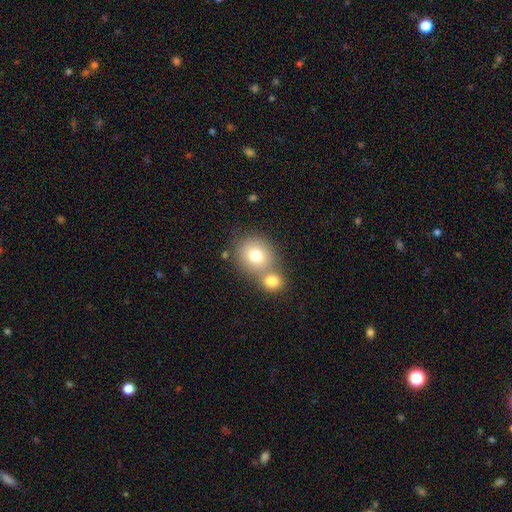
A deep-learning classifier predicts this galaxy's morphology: This is likely a smooth galaxy (75%). How rounded: likely round (78%). Merging: possibly none (48%).